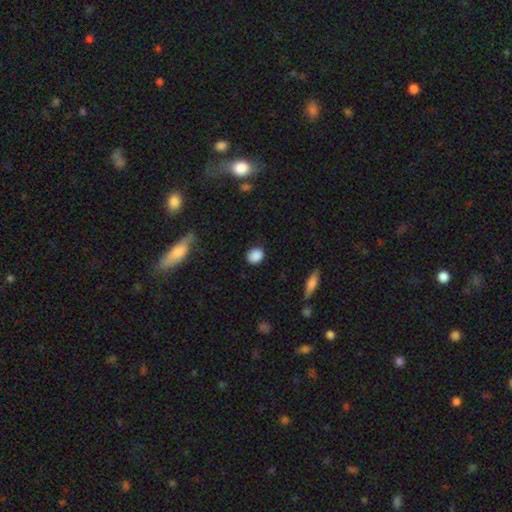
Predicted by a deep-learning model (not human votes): Overall: smooth (87%). How rounded: round (66%; in between 32%). Merging: none (85%).